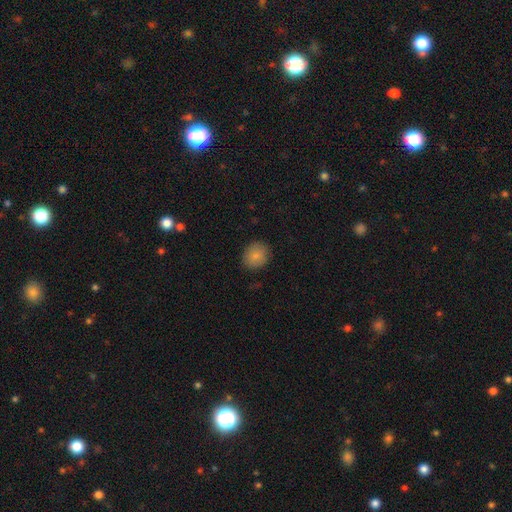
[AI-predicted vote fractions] This appears to be a smooth galaxy with no disk features (84%) that is round (73%). Merging: none (88%).